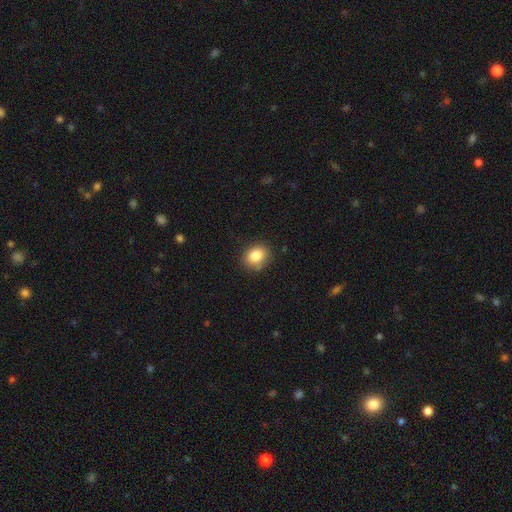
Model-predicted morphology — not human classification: Q: Smooth or featured?
A: smooth (84%); runner-up: star or artifact (9%)
Q: How rounded?
A: in between (50%); runner-up: round (49%)
Q: Merging?
A: none (79%); runner-up: minor disturbance (15%)